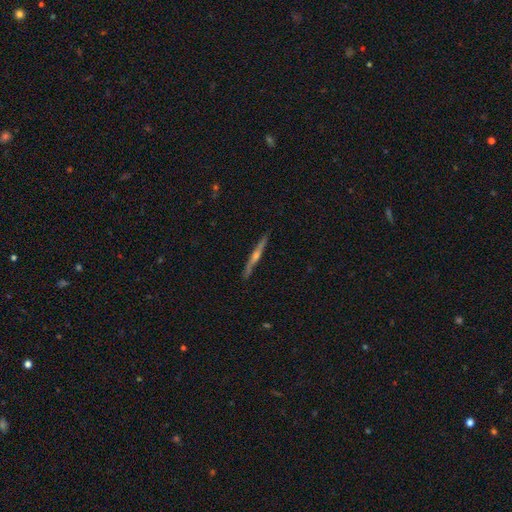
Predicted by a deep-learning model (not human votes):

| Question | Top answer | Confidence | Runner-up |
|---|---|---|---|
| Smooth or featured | featured or disk | 77% | smooth (18%) |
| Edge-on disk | yes | 98% | no (2%) |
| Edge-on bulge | rounded | 83% | none (13%) |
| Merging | none | 90% | minor disturbance (8%) |